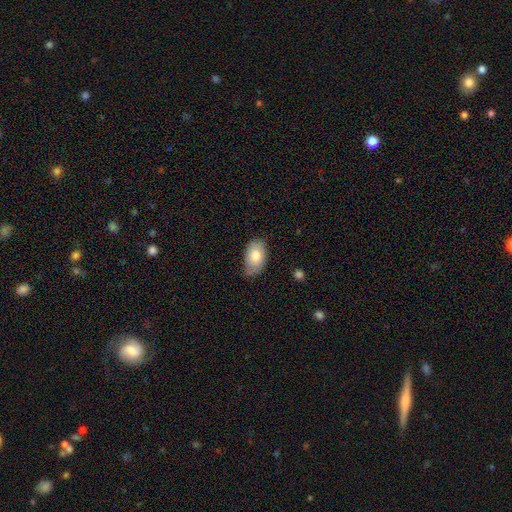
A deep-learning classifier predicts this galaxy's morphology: The model was most divided on "merging": none: 59%, minor disturbance: 33%, major disturbance: 6%, merger: 2%. More confident: how rounded — in between (91%); smooth or featured — smooth (76%).